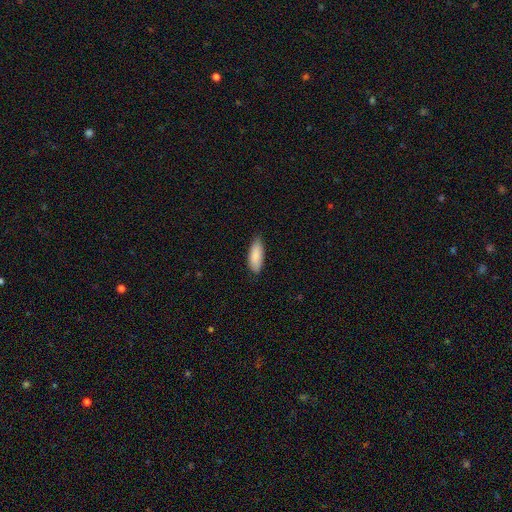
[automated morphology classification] Q: Smooth or featured?
A: smooth (88%); runner-up: featured or disk (6%)
Q: How rounded?
A: in between (73%); runner-up: cigar-shaped (26%)
Q: Merging?
A: none (79%); runner-up: minor disturbance (18%)